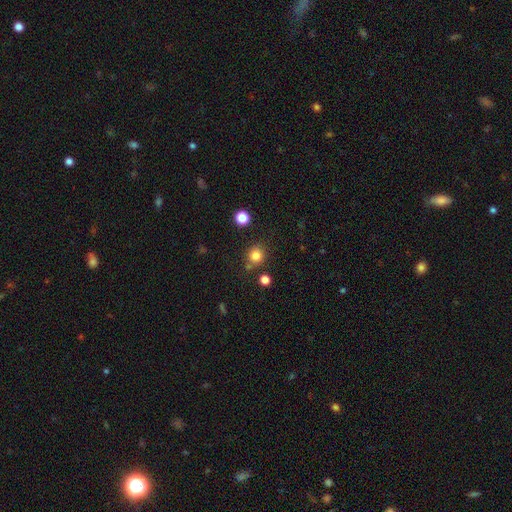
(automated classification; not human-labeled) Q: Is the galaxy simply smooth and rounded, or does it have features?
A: smooth — 82%.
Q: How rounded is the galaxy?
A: round — 87%.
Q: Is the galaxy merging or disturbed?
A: none — 80%.